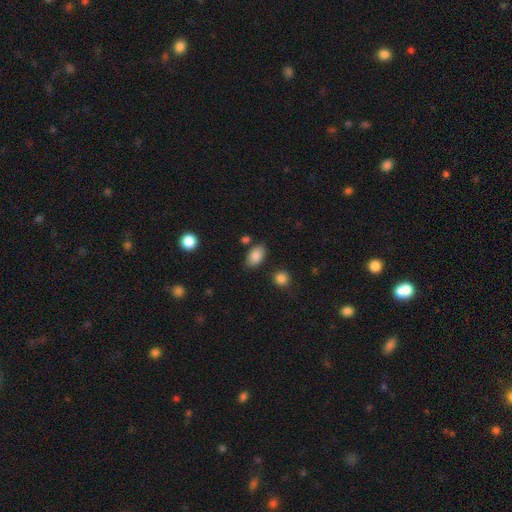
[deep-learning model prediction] A smooth galaxy with no disk features (86%) that is in between round and cigar-shaped (90%).

Vote fractions:
- Smooth or featured? smooth: 86% / star or artifact: 8% / featured or disk: 6%
- How rounded? in between: 90% / round: 8% / cigar-shaped: 2%
- Merging? none: 79% / minor disturbance: 13% / merger: 5% / major disturbance: 3%